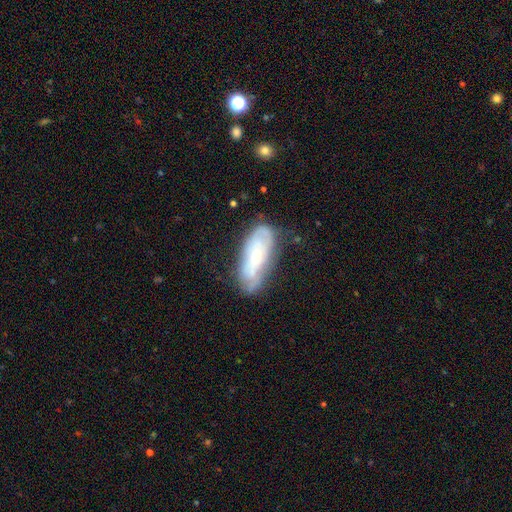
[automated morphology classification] A featured or disk galaxy (50%).

Vote fractions:
- Smooth or featured? featured or disk: 50% / smooth: 42% / star or artifact: 8%
- Edge-on disk? no: 83% / yes: 17%
- Merging? none: 61% / minor disturbance: 25% / major disturbance: 9% / merger: 4%